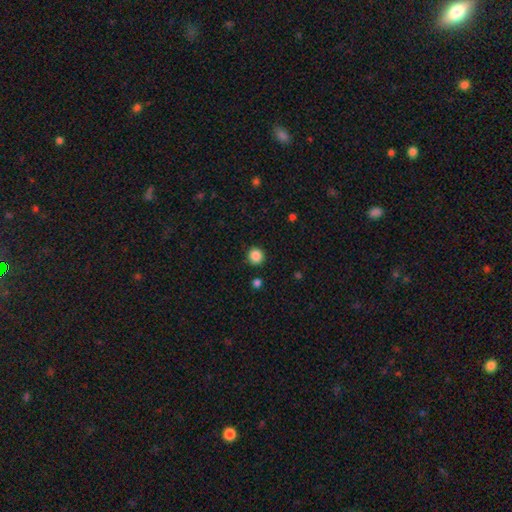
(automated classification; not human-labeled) smooth 87%, star or artifact 10%, featured or disk 3%. Down the decision tree: how rounded — round (92%); merging — none (89%).